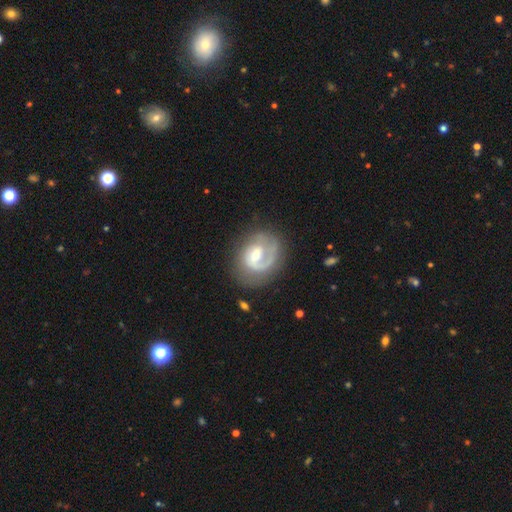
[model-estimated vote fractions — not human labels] A featured or disk galaxy (77%) with a weak bar (50%), 1 (70%) tight (39%) spiral arms (90%) and a moderate central bulge (51%). Merging: none (62%).